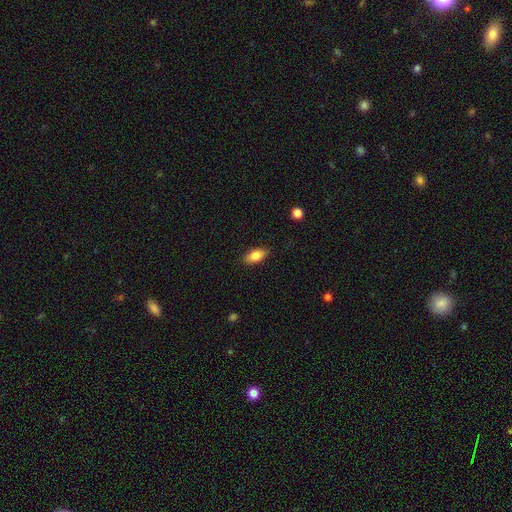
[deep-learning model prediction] smooth_or_featured: smooth (p=0.82) [alt: featured or disk p=0.11]
how_rounded: in between (p=0.87) [alt: cigar-shaped p=0.09]
merging: none (p=0.86) [alt: minor disturbance p=0.10]